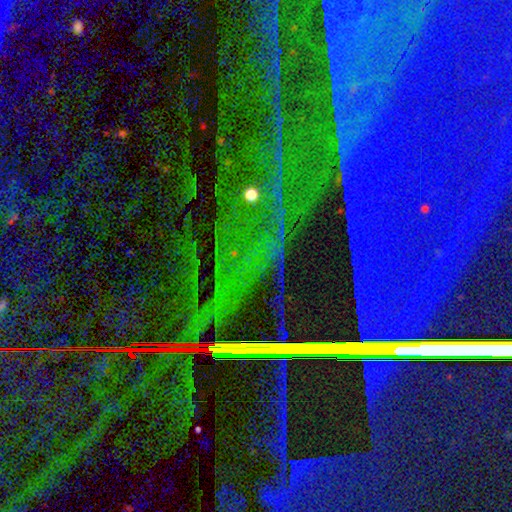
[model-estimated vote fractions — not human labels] Smooth or featured: star or artifact — 87% (featured or disk — 8%)